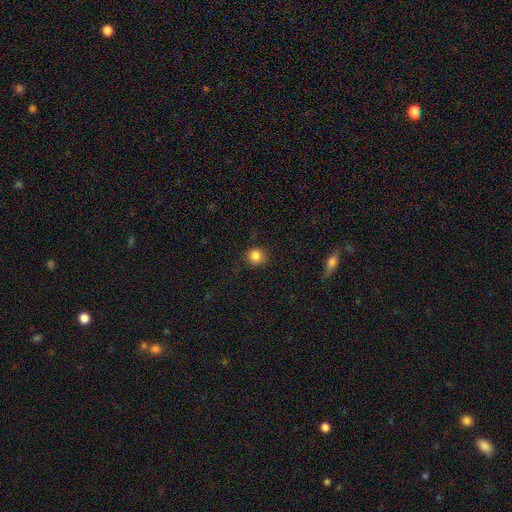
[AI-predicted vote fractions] This appears to be a smooth galaxy with no disk features (84%) that is round (90%). Merging: none (83%).